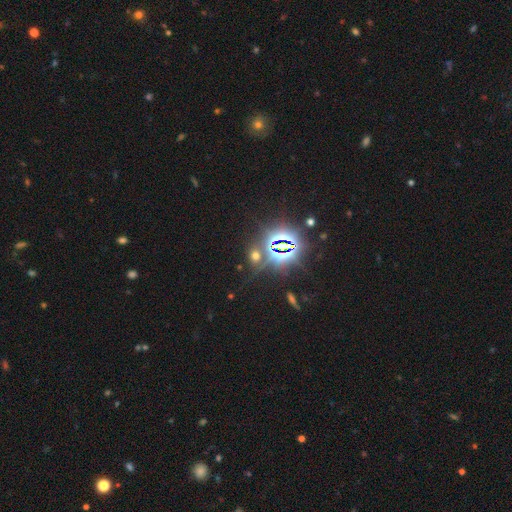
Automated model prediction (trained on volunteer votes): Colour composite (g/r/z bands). It shows a star or artifact, not a galaxy (57%).